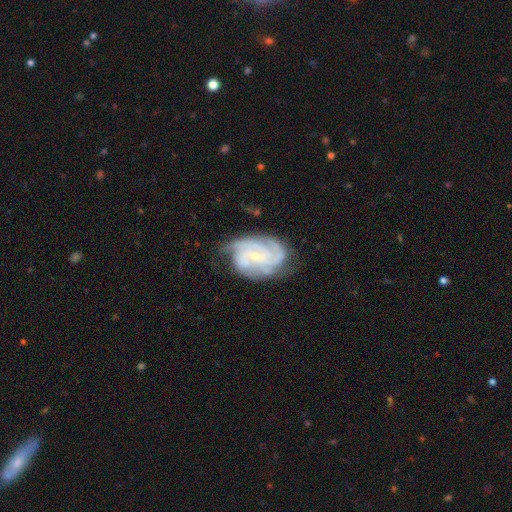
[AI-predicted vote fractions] The model was most divided on "bar": no: 55%, weak: 36%, strong: 9%. Remaining: edge-on disk — no (98%); spiral arms — yes (97%); smooth or featured — featured or disk (88%); bulge size — small (71%); merging — none (64%); spiral winding — tight (63%); spiral arm count — 3 (40%).